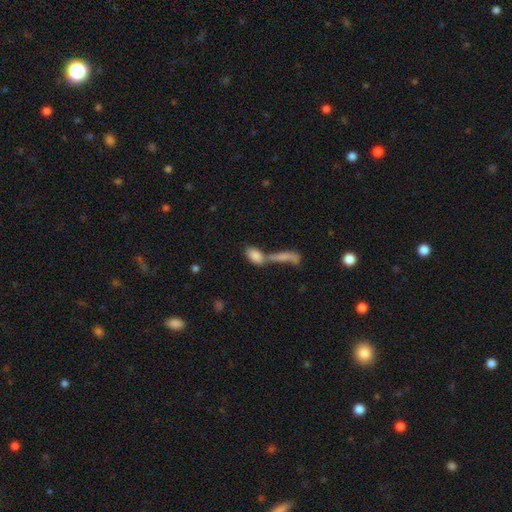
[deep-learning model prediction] Q: Smooth or featured?
A: smooth (81%); runner-up: featured or disk (11%)
Q: How rounded?
A: in between (85%); runner-up: cigar-shaped (10%)
Q: Merging?
A: merger (56%); runner-up: none (30%)